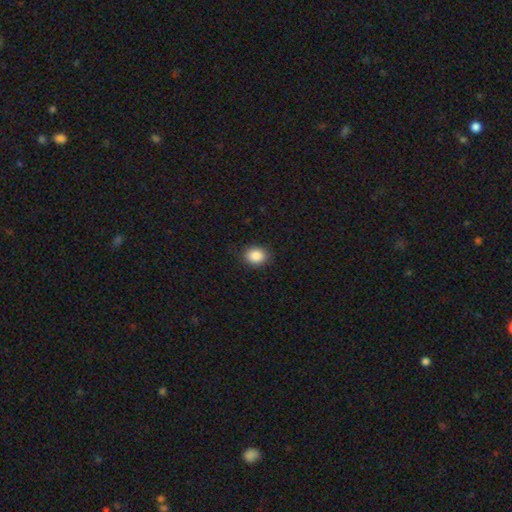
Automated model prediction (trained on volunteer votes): Smooth or featured? smooth (88%)
How rounded? round (59%)
Merging? none (88%)